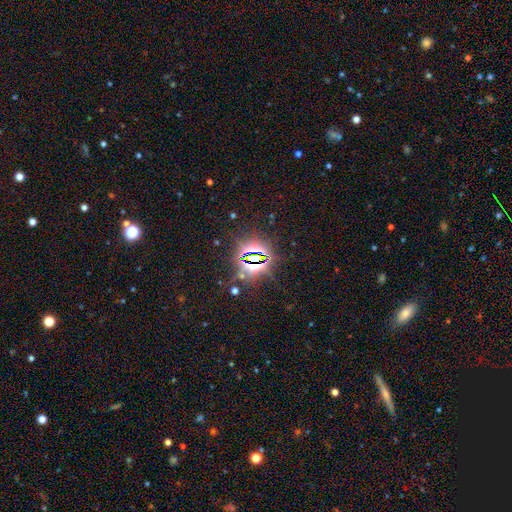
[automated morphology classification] Smooth or featured?
  - star or artifact: 84% *
  - smooth: 9%
  - featured or disk: 7%